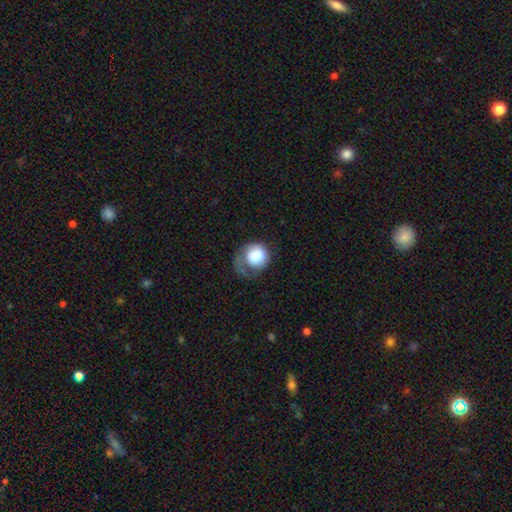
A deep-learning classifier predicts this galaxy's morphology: A smooth galaxy with no disk features (75%) that is round (76%).

Vote fractions:
- Smooth or featured? smooth: 75% / featured or disk: 19% / star or artifact: 6%
- How rounded? round: 76% / in between: 24% / cigar-shaped: 1%
- Merging? major disturbance: 42% / none: 28% / minor disturbance: 27% / merger: 3%